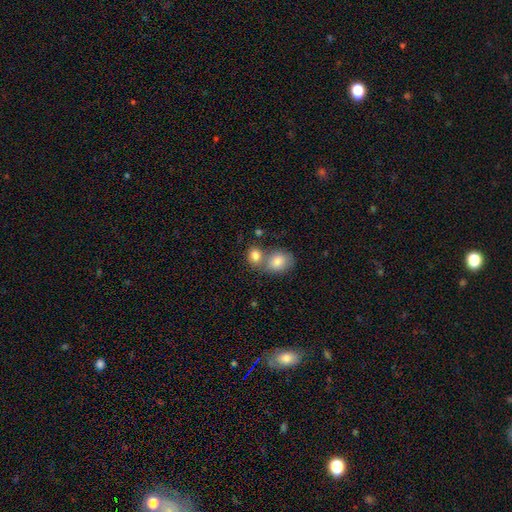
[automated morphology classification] type=smooth (81%); roundness=round (50%); merging=merger (51%).